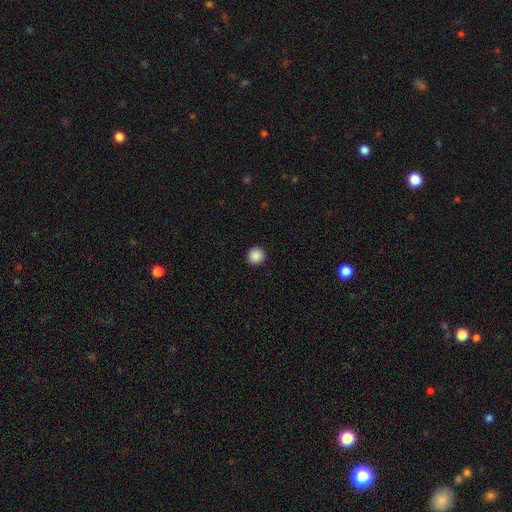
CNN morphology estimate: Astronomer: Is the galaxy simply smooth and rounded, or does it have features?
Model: smooth — 88%.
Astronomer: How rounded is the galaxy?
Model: round — 95%.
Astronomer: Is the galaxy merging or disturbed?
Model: none — 93%.